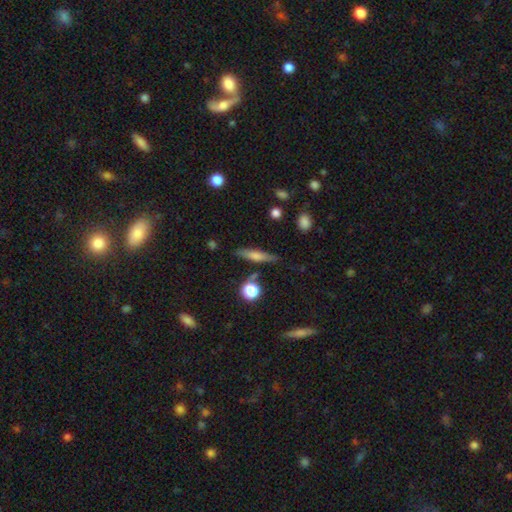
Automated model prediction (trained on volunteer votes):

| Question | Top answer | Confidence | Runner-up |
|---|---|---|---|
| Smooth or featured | smooth | 53% | featured or disk (39%) |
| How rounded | cigar-shaped | 81% | in between (15%) |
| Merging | none | 82% | minor disturbance (11%) |